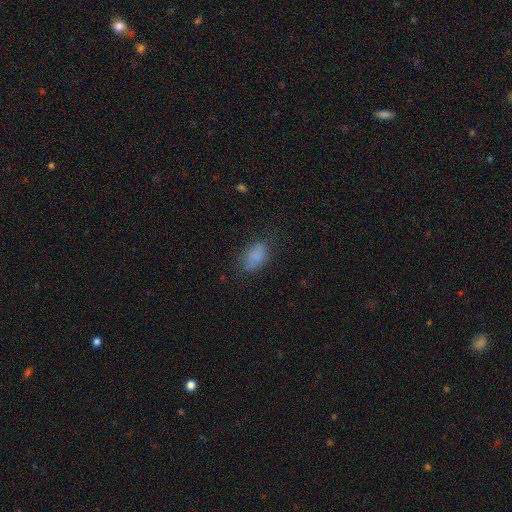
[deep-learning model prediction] A smooth galaxy with no disk features (81%) that is in between round and cigar-shaped (90%). Merging: none (68%).